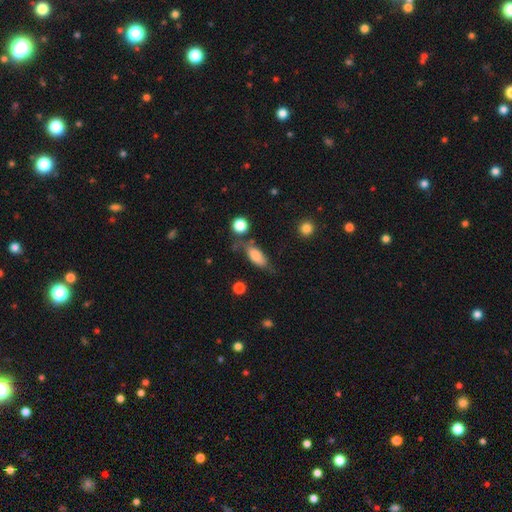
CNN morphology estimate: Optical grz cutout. It shows a smooth galaxy with no disk features (77%) that is in between round and cigar-shaped (79%). Merging: none (53%).